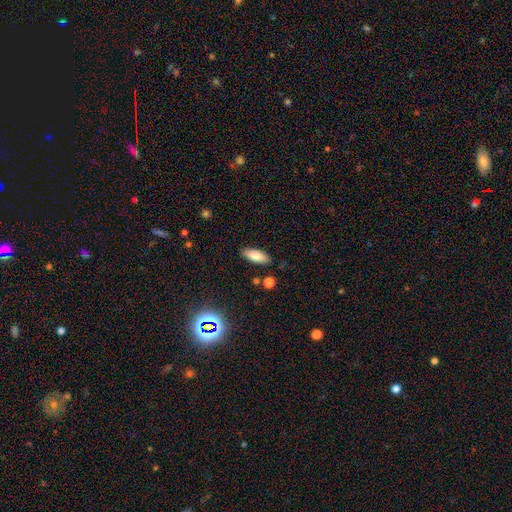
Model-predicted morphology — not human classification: This appears to be a smooth galaxy with no disk features (79%) that is in between round and cigar-shaped (76%). Merging: none (87%).